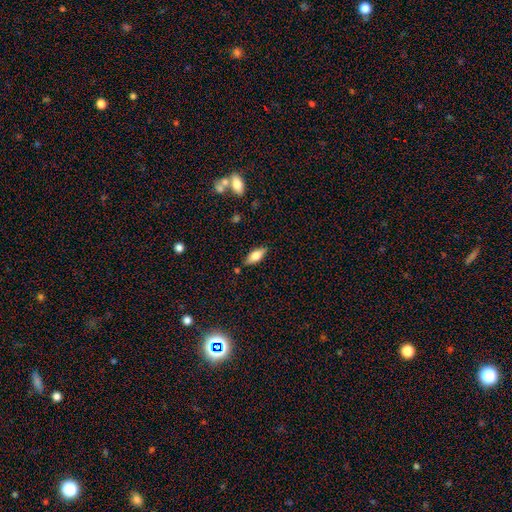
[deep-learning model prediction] Smooth or featured?
  - smooth: 66% *
  - featured or disk: 27%
  - star or artifact: 7%
How rounded?
  - in between: 77% *
  - cigar-shaped: 20%
  - round: 3%
Merging?
  - none: 82% *
  - minor disturbance: 12%
  - major disturbance: 3%
  - merger: 3%